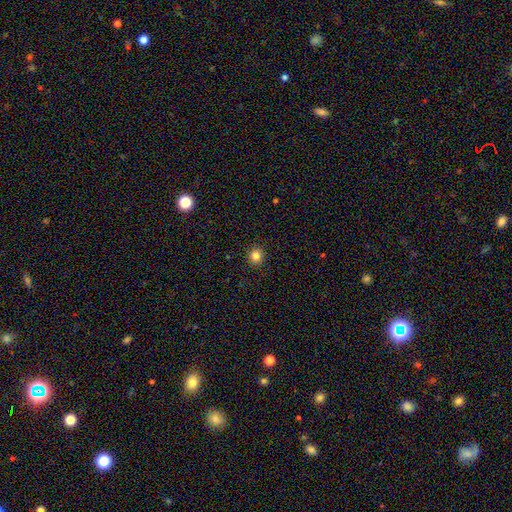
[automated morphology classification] smooth_or_featured: smooth (p=0.83) [alt: star or artifact p=0.12]
how_rounded: round (p=0.88) [alt: in between p=0.11]
merging: none (p=0.92) [alt: minor disturbance p=0.05]